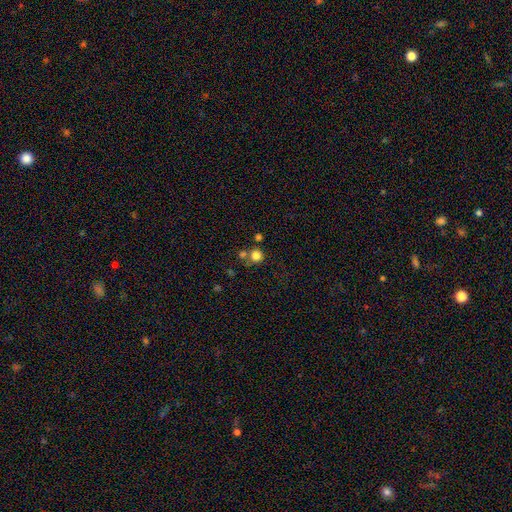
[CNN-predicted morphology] This is clearly a smooth galaxy (80%). How rounded: clearly round (92%). Merging: likely none (61%).